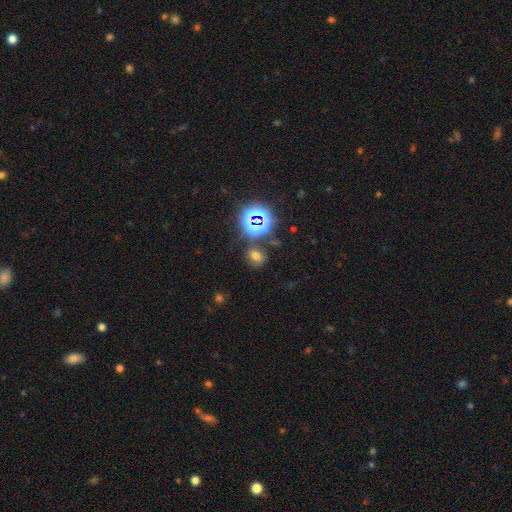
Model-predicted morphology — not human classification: A smooth galaxy with no disk features (59%) that is round (52%).

Vote fractions:
- Smooth or featured? smooth: 59% / star or artifact: 32% / featured or disk: 10%
- How rounded? round: 52% / in between: 46% / cigar-shaped: 1%
- Merging? none: 75% / minor disturbance: 13% / merger: 8% / major disturbance: 5%